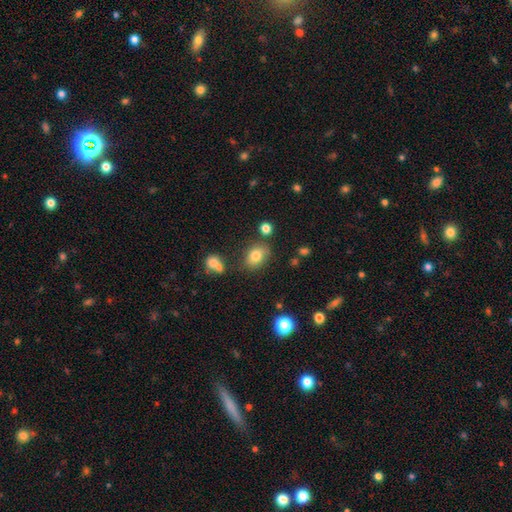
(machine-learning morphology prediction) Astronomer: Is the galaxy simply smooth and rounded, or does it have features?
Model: smooth — 79%.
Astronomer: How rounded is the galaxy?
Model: in between — 70%.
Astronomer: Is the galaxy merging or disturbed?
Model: none — 74%.